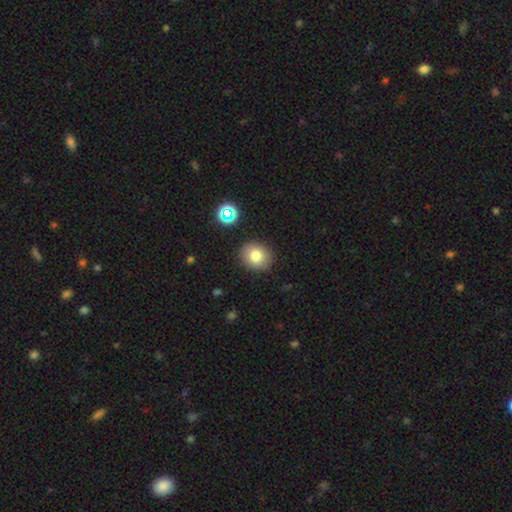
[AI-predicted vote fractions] smooth-or-featured: smooth: 79% | star or artifact: 11% | featured or disk: 9%
  how-rounded: round: 71% | in between: 28% | cigar-shaped: 1%
  merging: none: 88% | minor disturbance: 8% | major disturbance: 2% | merger: 2%